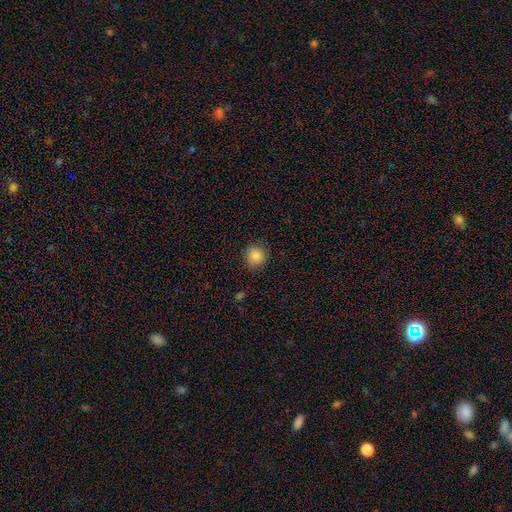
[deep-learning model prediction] A smooth galaxy with no disk features (87%) that is round (92%). Merging: none (89%).